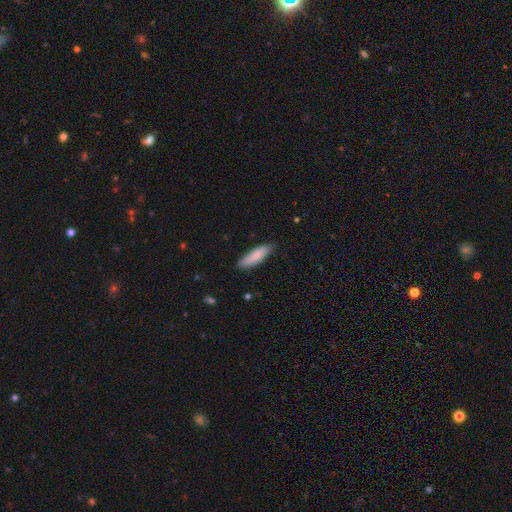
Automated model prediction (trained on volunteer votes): Smooth or featured? Predicted: smooth (p=0.83). How rounded? Predicted: cigar-shaped (p=0.51). Merging? Predicted: none (p=0.81).